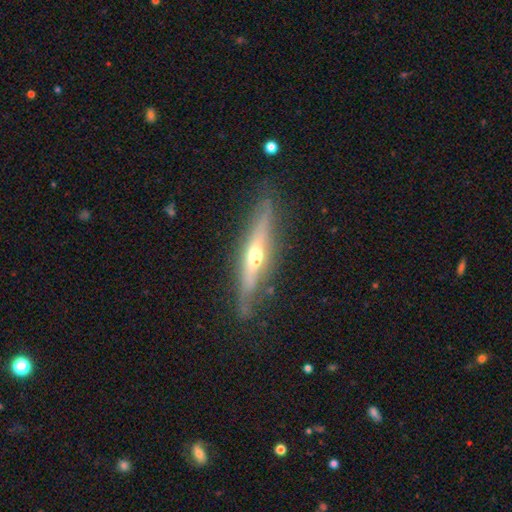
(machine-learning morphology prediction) smooth_or_featured: featured or disk (p=0.70) [alt: smooth p=0.24]
disk_edge_on: yes (p=0.89) [alt: no p=0.11]
edge_on_bulge: rounded (p=0.87) [alt: none p=0.09]
merging: none (p=0.80) [alt: minor disturbance p=0.14]